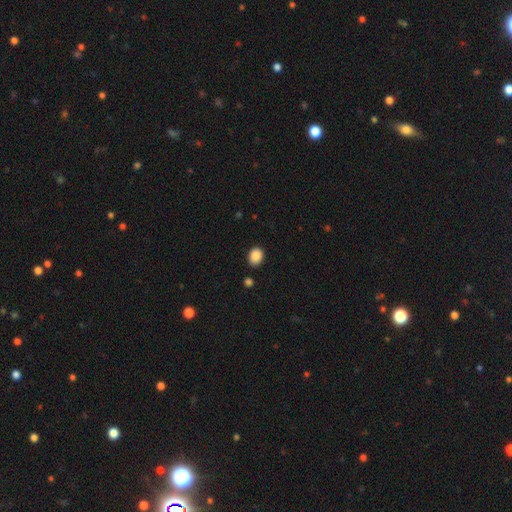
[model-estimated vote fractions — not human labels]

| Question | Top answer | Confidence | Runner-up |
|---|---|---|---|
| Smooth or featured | smooth | 88% | star or artifact (8%) |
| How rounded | in between | 61% | round (38%) |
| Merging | none | 86% | minor disturbance (9%) |